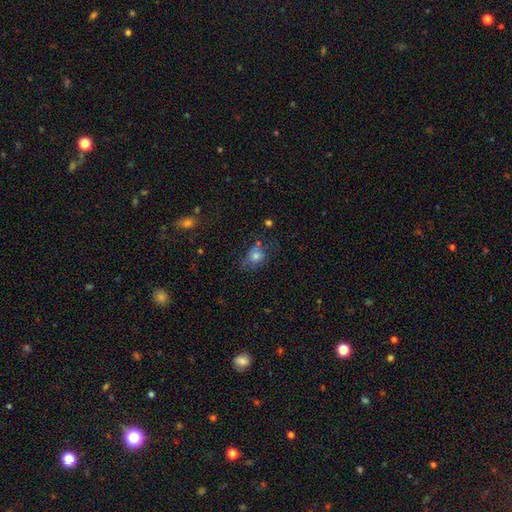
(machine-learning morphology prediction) The model was most divided on "how rounded": round: 60%, in between: 39%, cigar-shaped: 1%. More confident: smooth or featured — smooth (69%); merging — none (53%).